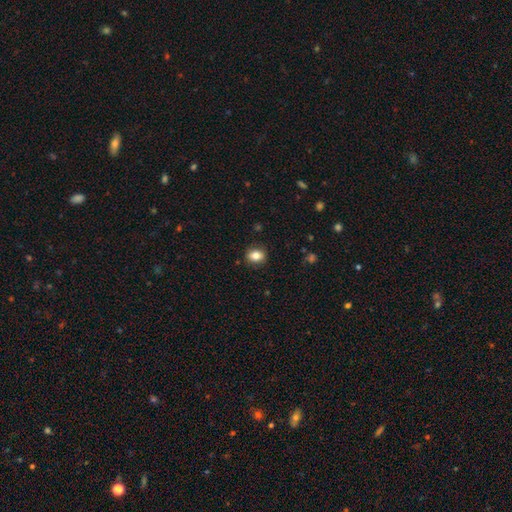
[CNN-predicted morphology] smooth_or_featured: smooth (p=0.82) [alt: star or artifact p=0.10]
how_rounded: round (p=0.50) [alt: in between p=0.49]
merging: none (p=0.88) [alt: minor disturbance p=0.08]